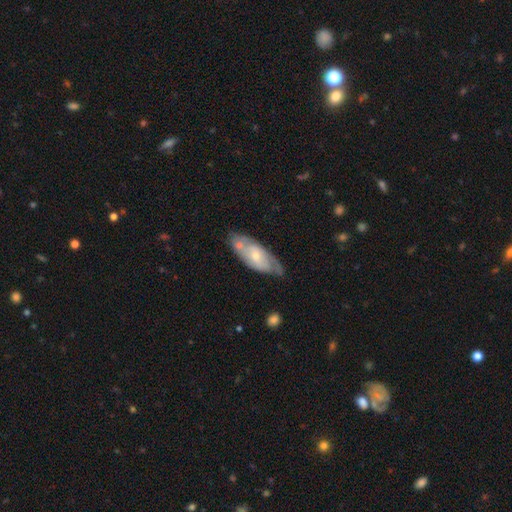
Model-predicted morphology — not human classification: A featured or disk galaxy (55%).

Vote fractions:
- Smooth or featured? featured or disk: 55% / smooth: 40% / star or artifact: 5%
- Edge-on disk? no: 84% / yes: 16%
- Merging? none: 56% / minor disturbance: 25% / merger: 12% / major disturbance: 7%